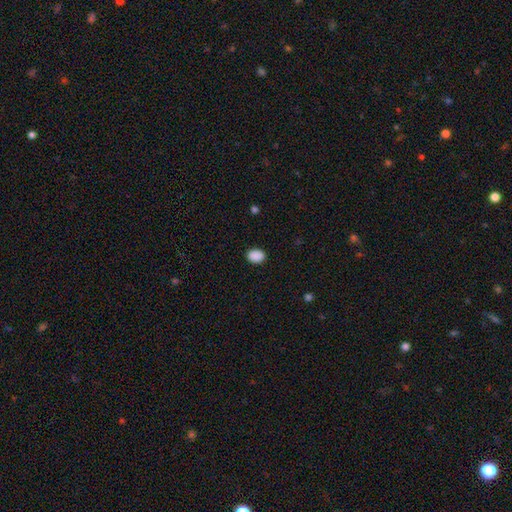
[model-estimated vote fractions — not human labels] Smooth or featured?
  - smooth: 89% *
  - star or artifact: 8%
  - featured or disk: 2%
How rounded?
  - in between: 70% *
  - round: 29%
  - cigar-shaped: 1%
Merging?
  - none: 88% *
  - minor disturbance: 9%
  - major disturbance: 2%
  - merger: 1%